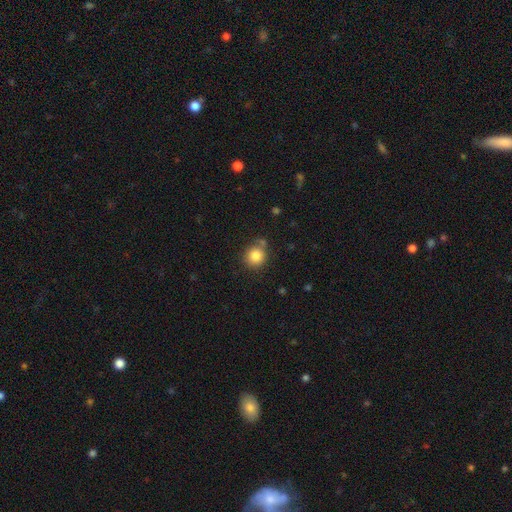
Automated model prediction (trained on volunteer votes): smooth 83%, star or artifact 11%, featured or disk 6%. Down the decision tree: how rounded — round (89%); merging — none (72%).